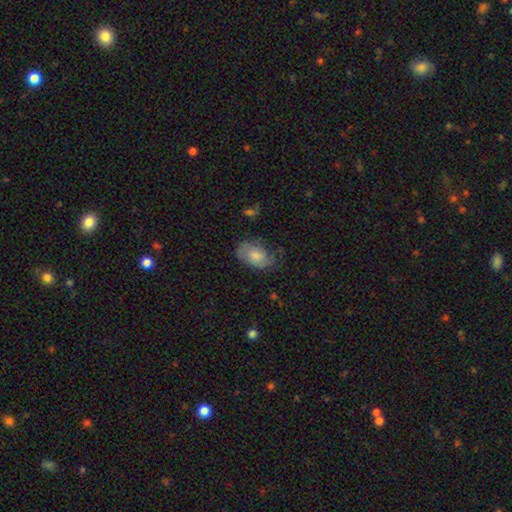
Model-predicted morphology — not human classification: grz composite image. It shows a smooth galaxy with no disk features (64%) that is in between round and cigar-shaped (88%). Merging: none (60%).